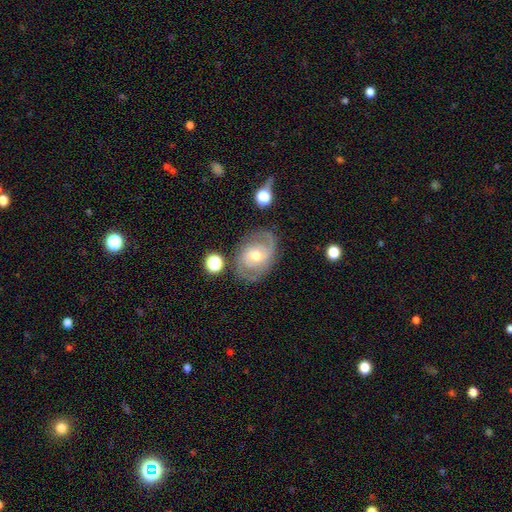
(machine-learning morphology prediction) Smooth or featured? Predicted: featured or disk (p=0.80). Edge-on disk? Predicted: no (p=0.96). Bar? Predicted: no (p=0.60). Spiral arms? Predicted: yes (p=0.91). Spiral winding? Predicted: medium (p=0.43). Spiral arm count? Predicted: 2 (p=0.76). Bulge size? Predicted: moderate (p=0.69). Merging? Predicted: none (p=0.75).